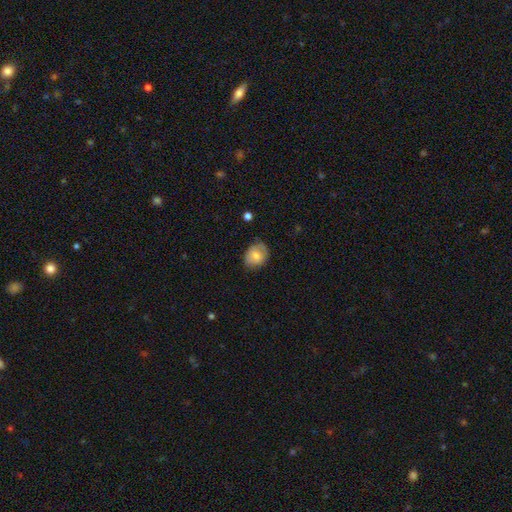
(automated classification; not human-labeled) Q: Smooth or featured?
A: smooth (71%); runner-up: featured or disk (21%)
Q: How rounded?
A: round (50%); runner-up: in between (49%)
Q: Merging?
A: none (64%); runner-up: minor disturbance (27%)